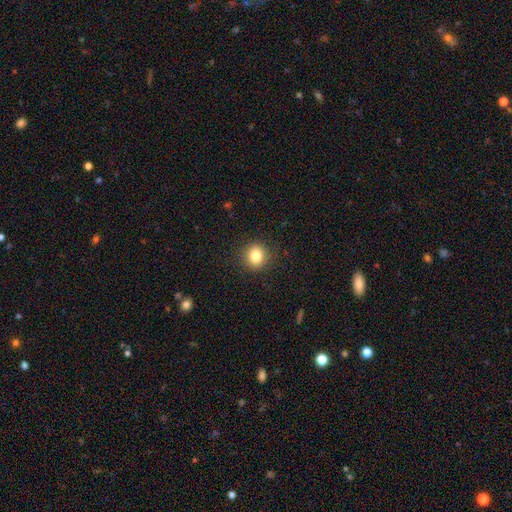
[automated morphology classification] Smooth or featured? Predicted: smooth (p=0.83). How rounded? Predicted: round (p=0.83). Merging? Predicted: none (p=0.90).